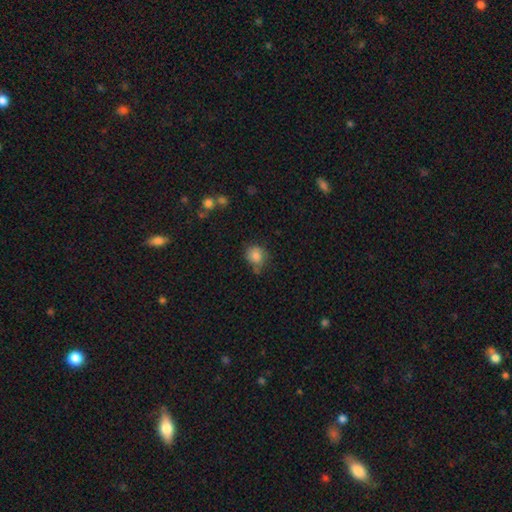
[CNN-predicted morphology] smooth_or_featured: smooth (p=0.81) [alt: star or artifact p=0.10]
how_rounded: round (p=0.74) [alt: in between p=0.25]
merging: none (p=0.64) [alt: minor disturbance p=0.24]